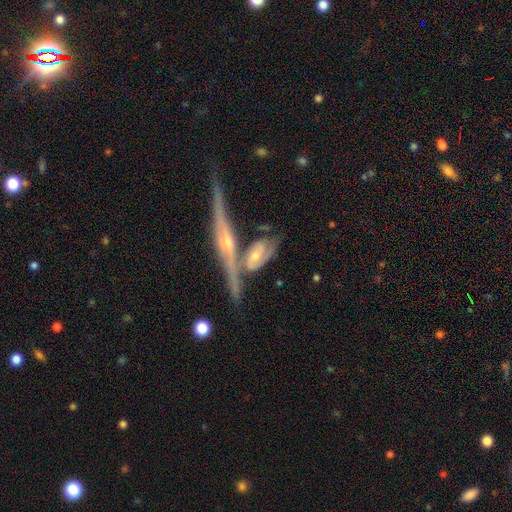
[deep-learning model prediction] featured or disk 76%, smooth 19%, star or artifact 5%. Down the decision tree: edge-on disk — no (55%); merging — none (38%, tied with merger).